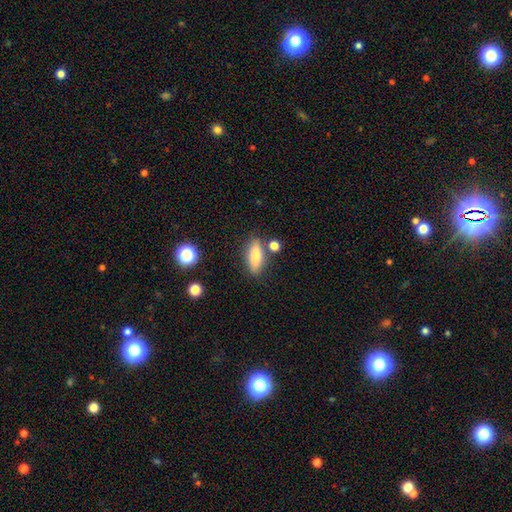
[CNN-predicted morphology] This is likely a smooth galaxy (74%). How rounded: likely in between (63%). Merging: likely none (77%).